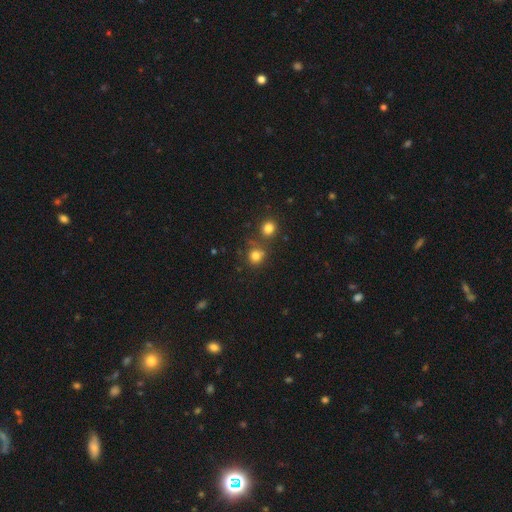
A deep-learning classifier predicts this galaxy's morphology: Q: Smooth or featured?
A: smooth (78%); runner-up: star or artifact (15%)
Q: How rounded?
A: round (84%); runner-up: in between (15%)
Q: Merging?
A: none (62%); runner-up: merger (22%)